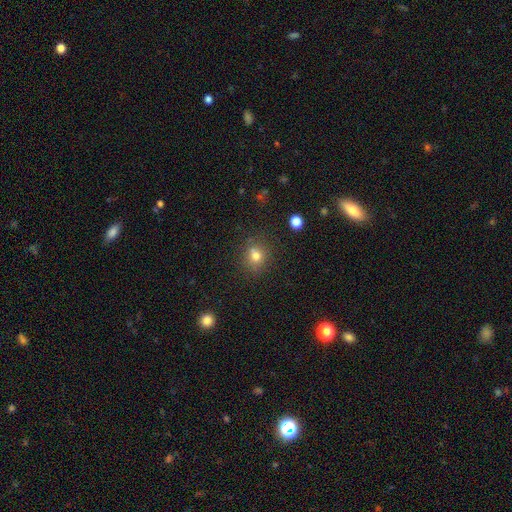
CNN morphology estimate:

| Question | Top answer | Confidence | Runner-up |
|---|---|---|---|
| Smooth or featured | smooth | 76% | star or artifact (15%) |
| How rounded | round | 73% | in between (25%) |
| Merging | none | 75% | minor disturbance (14%) |